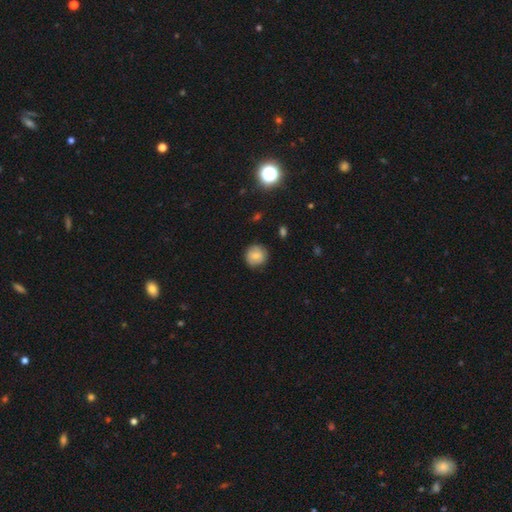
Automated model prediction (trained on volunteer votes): Smooth or featured?
  - smooth: 73% *
  - featured or disk: 18%
  - star or artifact: 9%
How rounded?
  - round: 91% *
  - in between: 8%
  - cigar-shaped: 1%
Merging?
  - none: 83% *
  - minor disturbance: 14%
  - major disturbance: 3%
  - merger: 1%